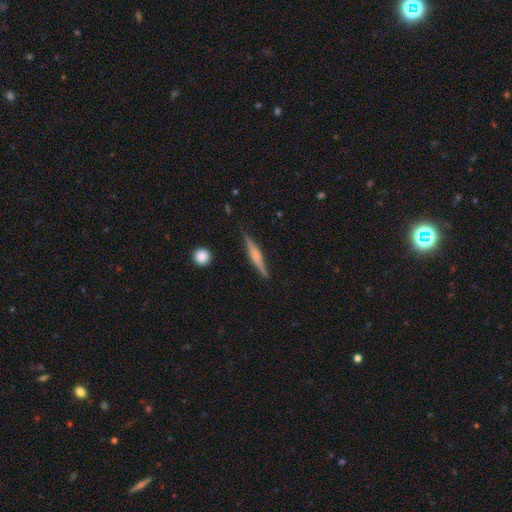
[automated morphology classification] Smooth or featured? featured or disk (66%)
Edge-on disk? yes (97%)
Edge-on bulge? rounded (60%)
Merging? none (86%)